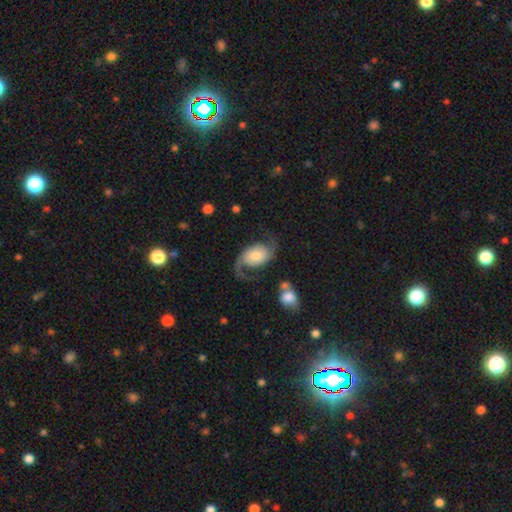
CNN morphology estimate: Overall: featured or disk (83%). Edge-on disk: no (97%). Bar: no (63%; weak 30%). Spiral arms: yes (96%). Spiral arm count: 2 (91%). Spiral winding: loose (58%; medium 33%). Bulge size: moderate (47%; small 27%). Merging: none (63%).